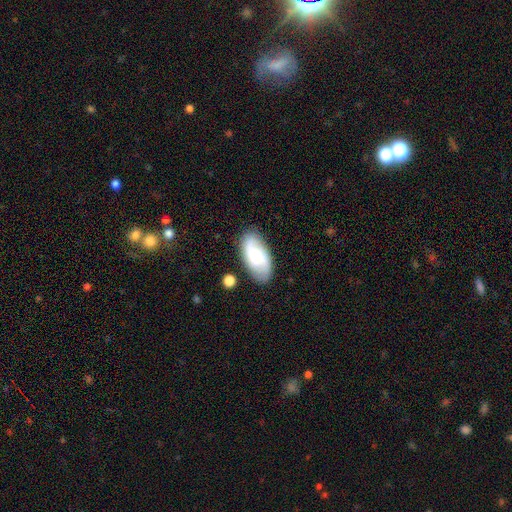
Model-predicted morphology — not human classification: Overall: featured or disk (47%; smooth 45%). Merging: none (79%).